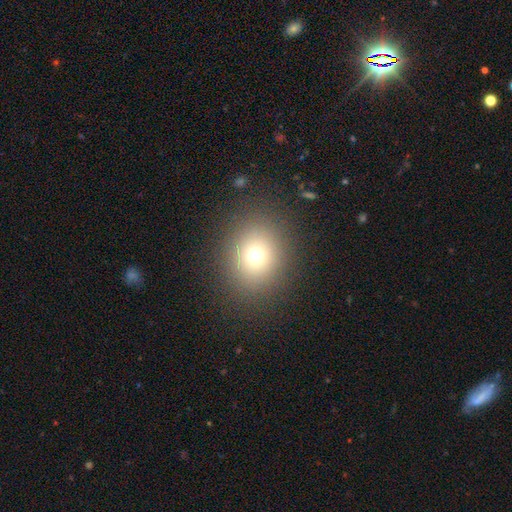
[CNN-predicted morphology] smooth-or-featured: smooth: 71% | star or artifact: 18% | featured or disk: 11%
  how-rounded: round: 68% | in between: 31% | cigar-shaped: 1%
  merging: none: 87% | minor disturbance: 7% | major disturbance: 4% | merger: 1%